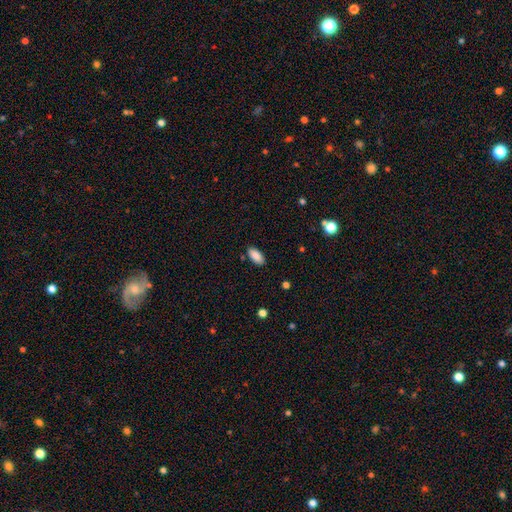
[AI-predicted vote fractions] smooth_or_featured: smooth (p=0.88) [alt: star or artifact p=0.07]
how_rounded: in between (p=0.93) [alt: cigar-shaped p=0.05]
merging: none (p=0.86) [alt: minor disturbance p=0.10]